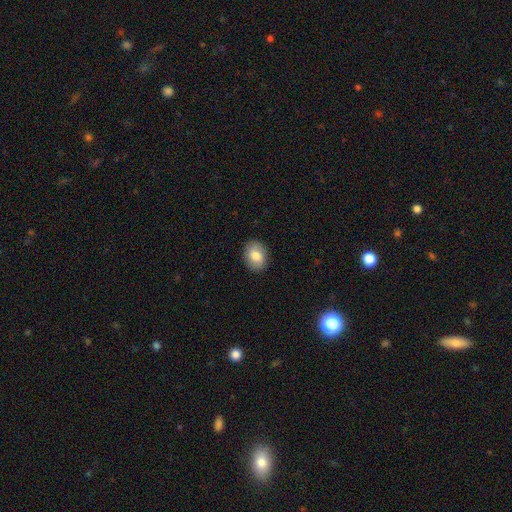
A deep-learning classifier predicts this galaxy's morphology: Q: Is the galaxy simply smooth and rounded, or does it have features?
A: smooth — 77%.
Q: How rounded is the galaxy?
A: in between — 61%.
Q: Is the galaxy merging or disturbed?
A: none — 87%.